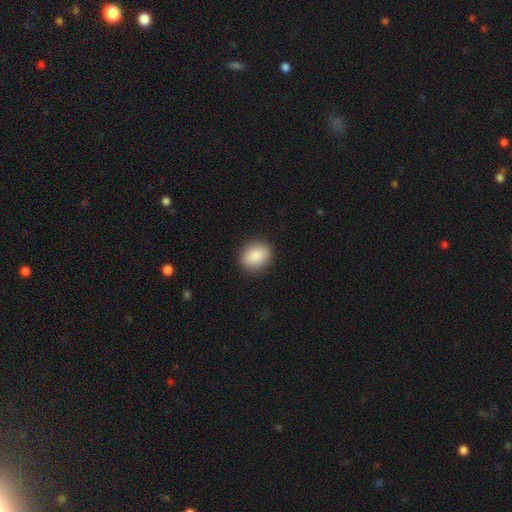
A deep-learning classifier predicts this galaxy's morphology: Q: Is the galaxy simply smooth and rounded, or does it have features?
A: smooth — 88%.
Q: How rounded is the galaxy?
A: round — 51%.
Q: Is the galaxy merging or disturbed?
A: none — 89%.